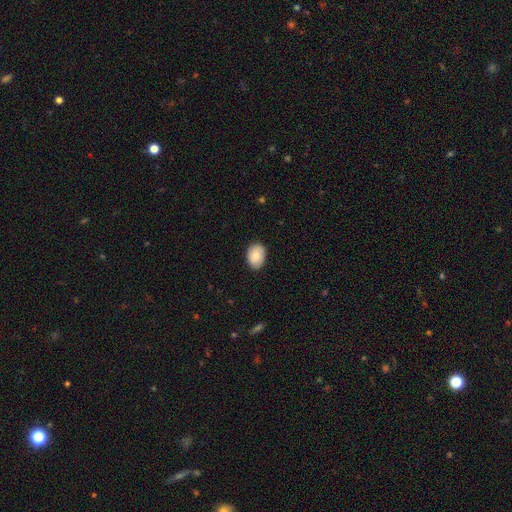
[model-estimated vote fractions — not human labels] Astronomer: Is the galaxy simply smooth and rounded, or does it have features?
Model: smooth — 83%.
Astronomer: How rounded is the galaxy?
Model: in between — 78%.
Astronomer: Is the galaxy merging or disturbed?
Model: none — 85%.